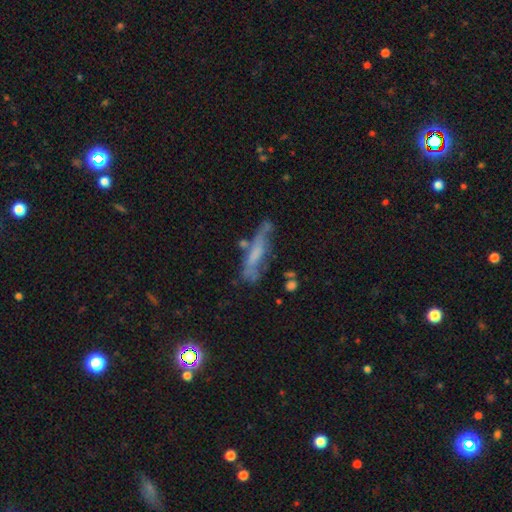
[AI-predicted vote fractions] Smooth or featured? Predicted: featured or disk (p=0.50). Merging? Predicted: none (p=0.57).